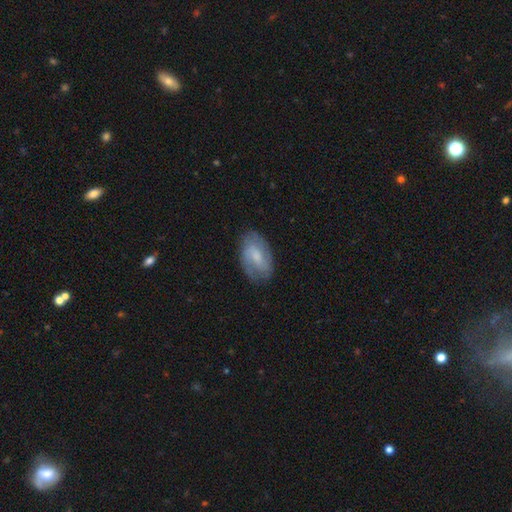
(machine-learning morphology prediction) Q: Smooth or featured?
A: featured or disk (58%); runner-up: smooth (35%)
Q: Edge-on disk?
A: no (95%); runner-up: yes (5%)
Q: Bar?
A: weak (52%); runner-up: no (35%)
Q: Spiral arms?
A: yes (85%); runner-up: no (15%)
Q: Bulge size?
A: small (41%); runner-up: moderate (38%)
Q: Merging?
A: none (77%); runner-up: minor disturbance (17%)